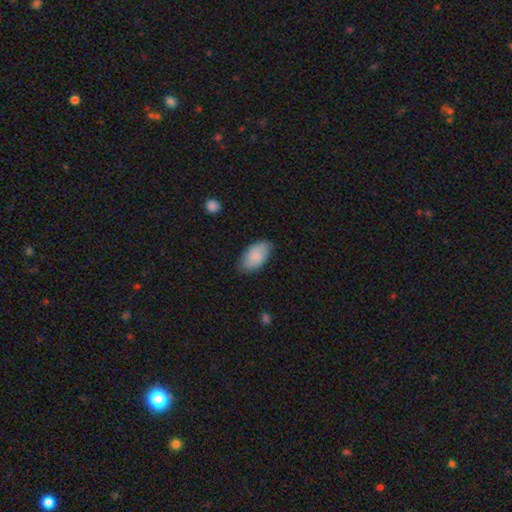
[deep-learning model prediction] Morphology: type=smooth (83%); roundness=in between (94%); merging=none (79%).